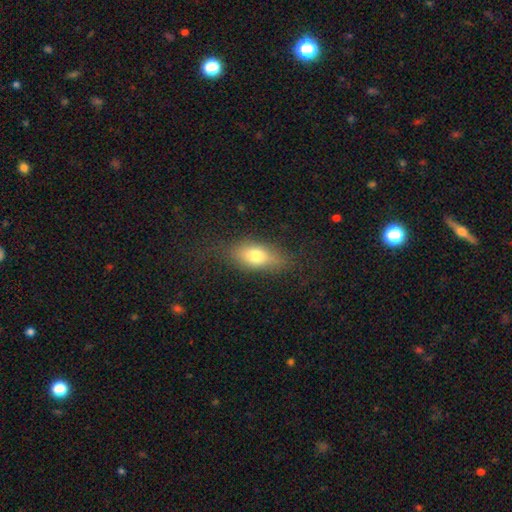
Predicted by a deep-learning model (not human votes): smooth 74%, featured or disk 17%, star or artifact 9%. Down the decision tree: how rounded — in between (81%); merging — none (71%).